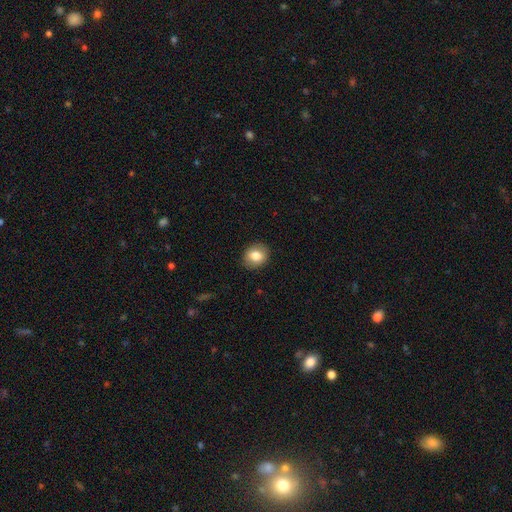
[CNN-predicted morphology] Smooth or featured: smooth — 79% (featured or disk — 13%)
How rounded: round — 65% (in between — 34%)
Merging: none — 88% (minor disturbance — 9%)